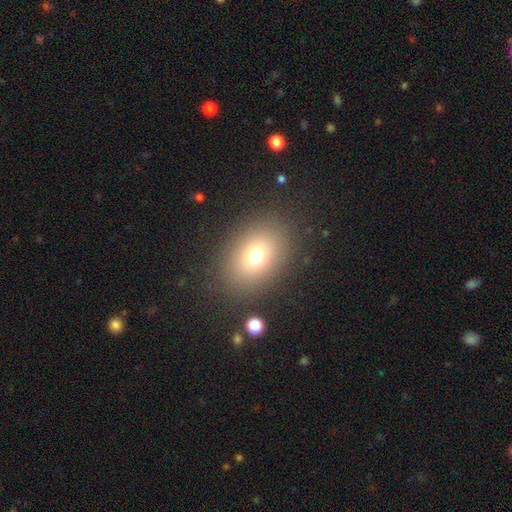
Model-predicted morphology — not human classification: smooth 74%, star or artifact 14%, featured or disk 13%. Down the decision tree: how rounded — in between (69%); merging — none (85%).